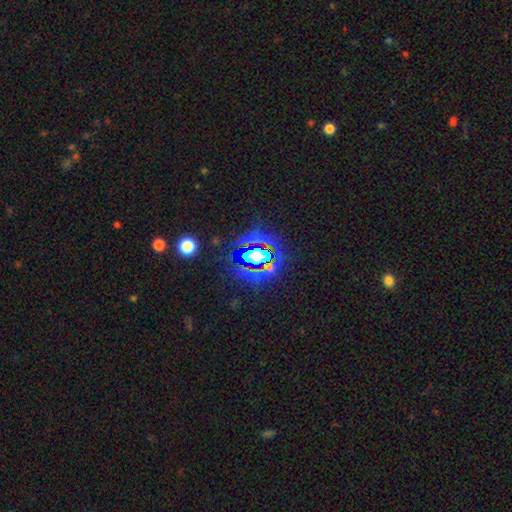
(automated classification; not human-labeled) Q: Smooth or featured?
A: star or artifact (68%); runner-up: smooth (19%)